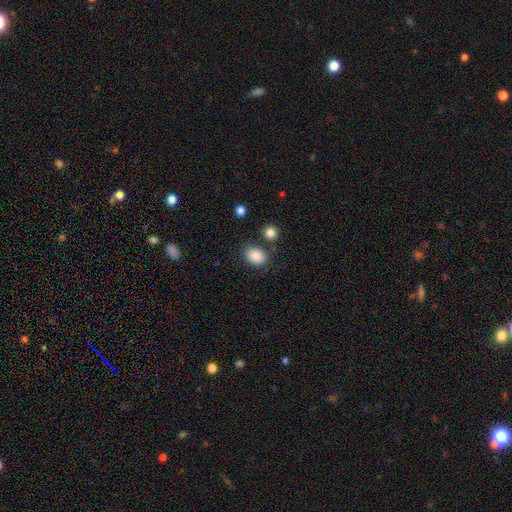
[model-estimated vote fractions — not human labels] The model was most divided on "how rounded": in between: 64%, round: 35%, cigar-shaped: 1%. More confident: smooth or featured — smooth (87%); merging — none (74%).